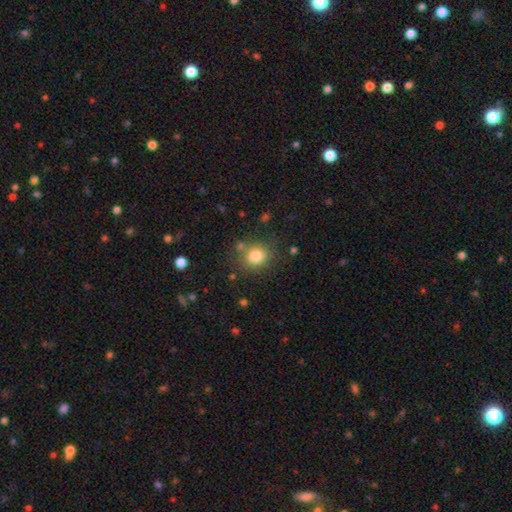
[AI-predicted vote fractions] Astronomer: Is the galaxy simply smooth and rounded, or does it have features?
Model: smooth — 81%.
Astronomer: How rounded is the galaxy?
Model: round — 74%.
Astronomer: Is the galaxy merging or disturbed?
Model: none — 77%.